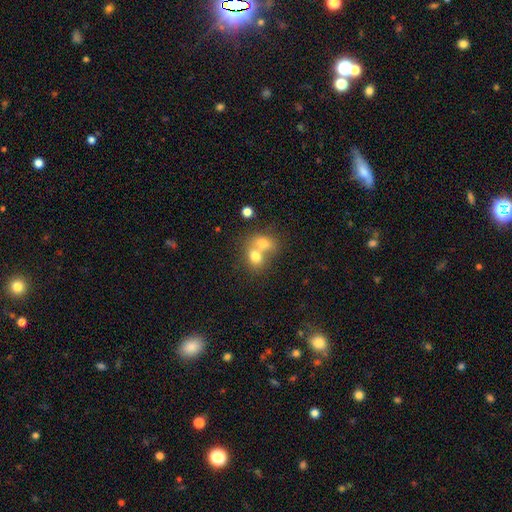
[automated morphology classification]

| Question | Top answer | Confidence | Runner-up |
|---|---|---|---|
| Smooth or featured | smooth | 71% | featured or disk (18%) |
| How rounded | round | 50% | in between (49%) |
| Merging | merger | 68% | none (22%) |